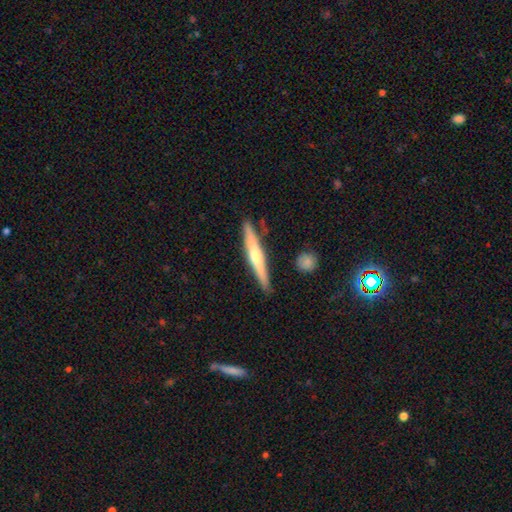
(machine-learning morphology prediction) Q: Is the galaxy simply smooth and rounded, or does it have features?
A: featured or disk — 65%.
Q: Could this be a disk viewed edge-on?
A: yes — 96%.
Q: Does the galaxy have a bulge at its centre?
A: rounded — 85%.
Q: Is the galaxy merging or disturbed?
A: none — 87%.